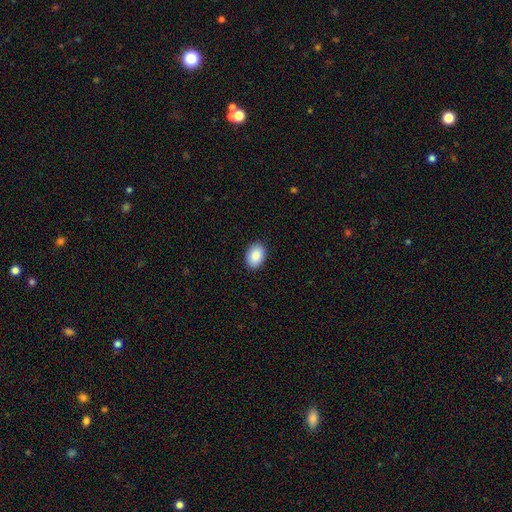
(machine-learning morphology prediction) type=smooth (89%); roundness=in between (81%); merging=none (90%).